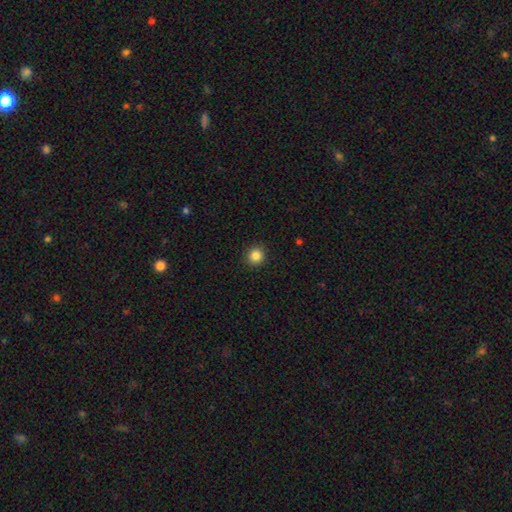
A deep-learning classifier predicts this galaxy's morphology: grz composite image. It shows a smooth galaxy with no disk features (85%) that is round (92%). Merging: none (92%).